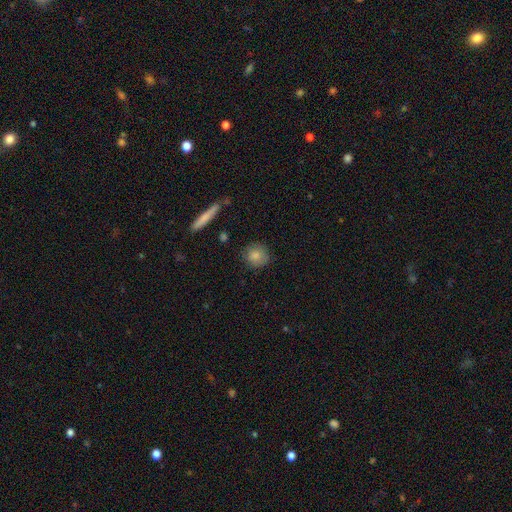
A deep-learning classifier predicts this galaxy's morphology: Smooth or featured: smooth — 84% (featured or disk — 9%)
How rounded: round — 88% (in between — 10%)
Merging: none — 85% (minor disturbance — 11%)